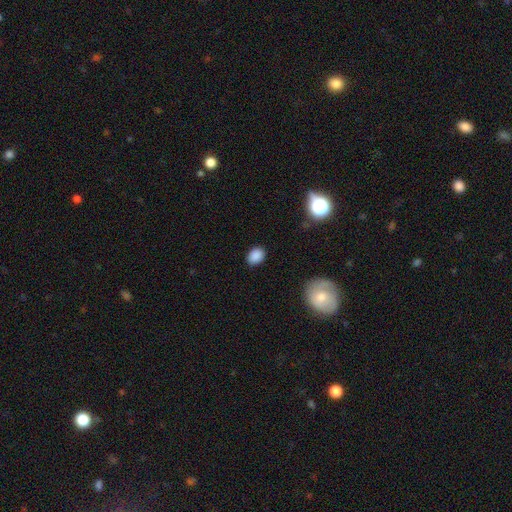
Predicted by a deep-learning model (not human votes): Smooth or featured? Predicted: smooth (p=0.86). How rounded? Predicted: in between (p=0.61). Merging? Predicted: none (p=0.87).